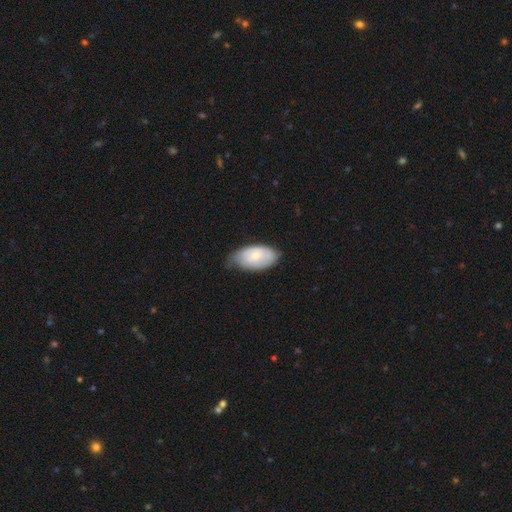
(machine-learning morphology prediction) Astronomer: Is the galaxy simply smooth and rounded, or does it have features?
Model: smooth — 55% (runner-up: featured or disk, 40%).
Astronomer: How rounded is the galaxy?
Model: in between — 93%.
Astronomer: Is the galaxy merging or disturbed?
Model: none — 54% (runner-up: minor disturbance, 37%).